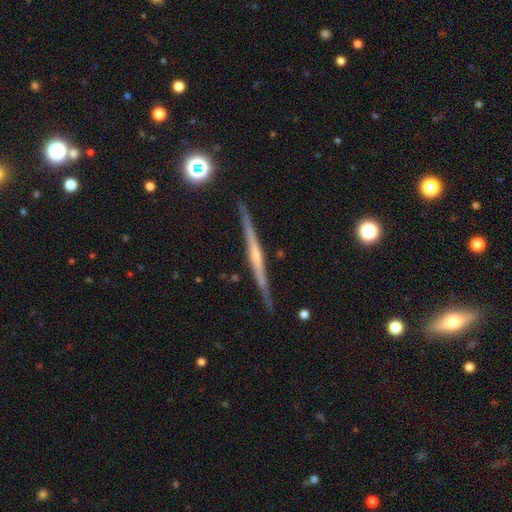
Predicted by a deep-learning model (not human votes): The model was most divided on "edge-on bulge": rounded: 50%, none: 40%, boxy: 11%. More confident: edge-on disk — yes (98%); merging — none (90%); smooth or featured — featured or disk (77%).